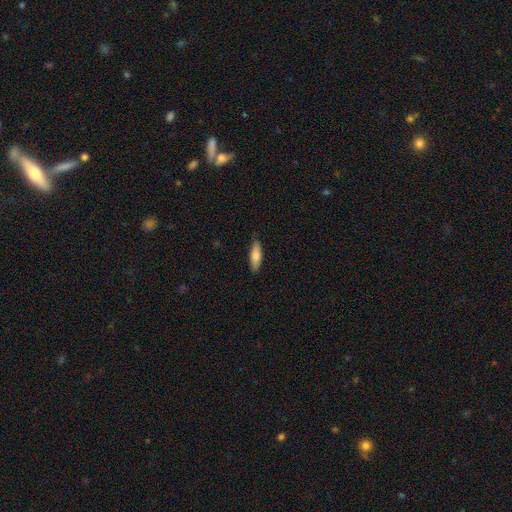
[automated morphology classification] Smooth or featured? smooth (79%)
How rounded? cigar-shaped (51%)
Merging? none (84%)